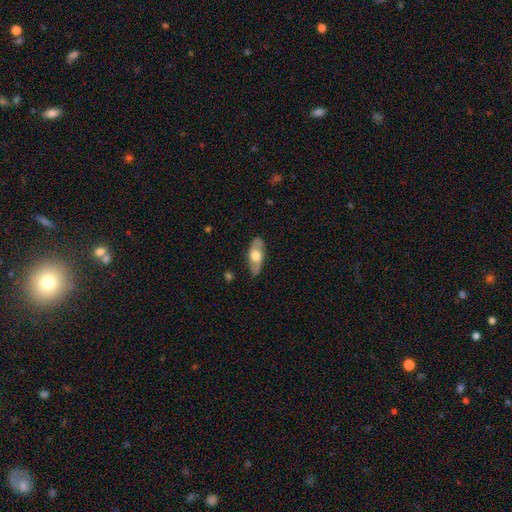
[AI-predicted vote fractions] Smooth or featured? Predicted: smooth (p=0.51). How rounded? Predicted: in between (p=0.78). Merging? Predicted: none (p=0.82).